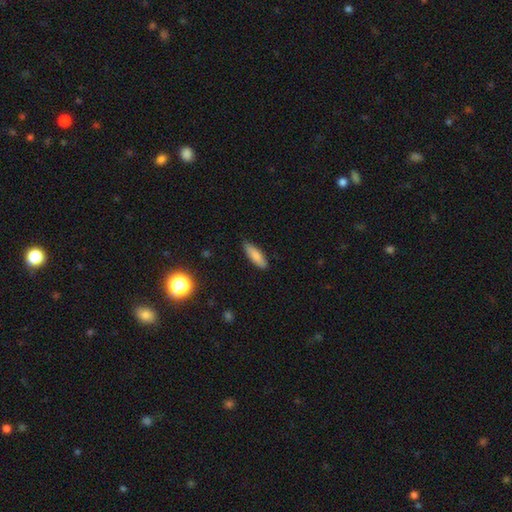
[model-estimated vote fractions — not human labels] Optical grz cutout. It shows a smooth galaxy with no disk features (82%) that is cigar-shaped (52%). Merging: none (84%).